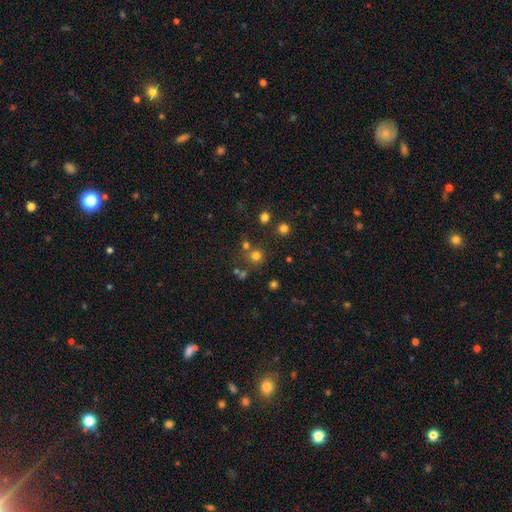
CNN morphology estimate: Smooth or featured: smooth — 71% (star or artifact — 21%)
How rounded: round — 92% (in between — 7%)
Merging: none — 72% (merger — 16%)